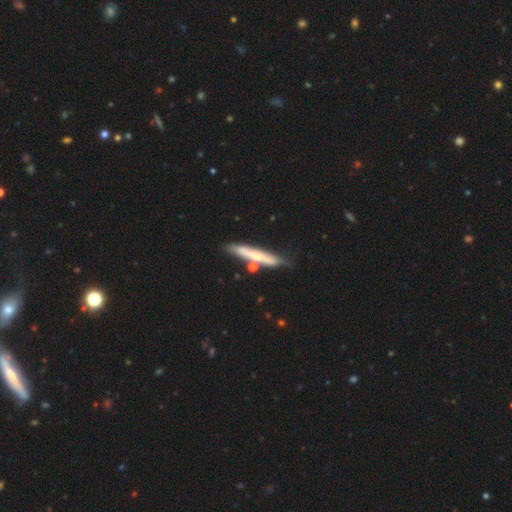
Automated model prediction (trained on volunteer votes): Smooth or featured? Predicted: smooth (p=0.53). How rounded? Predicted: cigar-shaped (p=0.93). Merging? Predicted: none (p=0.70).